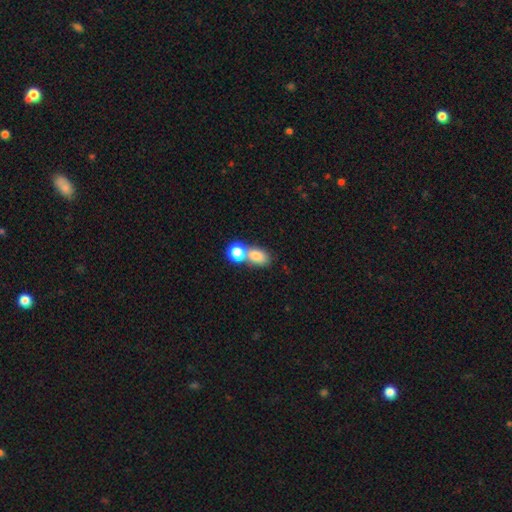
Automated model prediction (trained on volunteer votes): Smooth or featured? Predicted: smooth (p=0.78). How rounded? Predicted: in between (p=0.70). Merging? Predicted: merger (p=0.45).